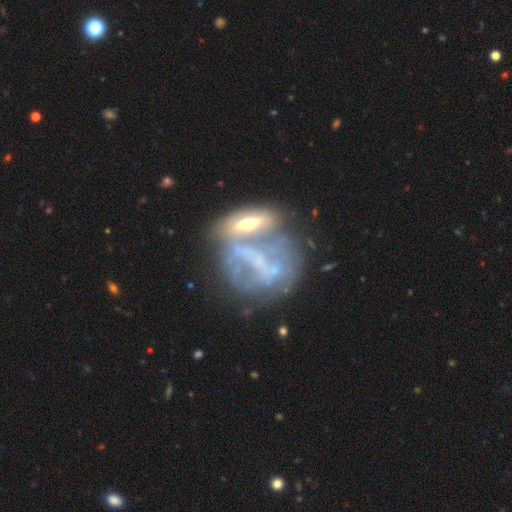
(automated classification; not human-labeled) A featured or disk galaxy (64%) with no bar (49%), no spiral arms (72%) and no central bulge (44%).

Vote fractions:
- Smooth or featured? featured or disk: 64% / smooth: 21% / star or artifact: 15%
- Edge-on disk? no: 81% / yes: 19%
- Bar? no: 49% / strong: 30% / weak: 21%
- Spiral arms? no: 72% / yes: 28%
- Bulge size? none: 44% / small: 32% / moderate: 17% / large: 4% / dominant: 3%
- Merging? merger: 60% / none: 19% / major disturbance: 13% / minor disturbance: 9%